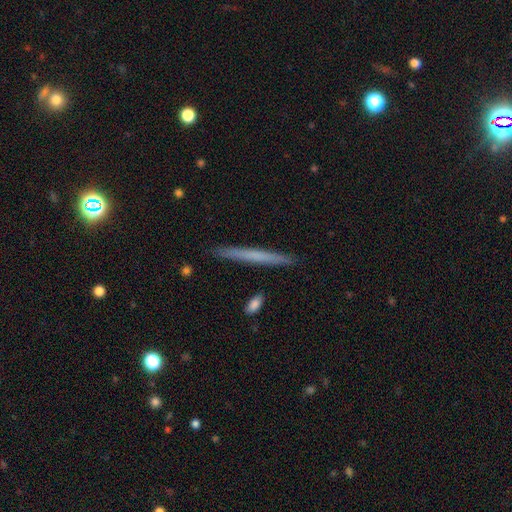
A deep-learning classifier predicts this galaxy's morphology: Smooth or featured? Predicted: smooth (p=0.53). How rounded? Predicted: cigar-shaped (p=0.97). Merging? Predicted: none (p=0.91).